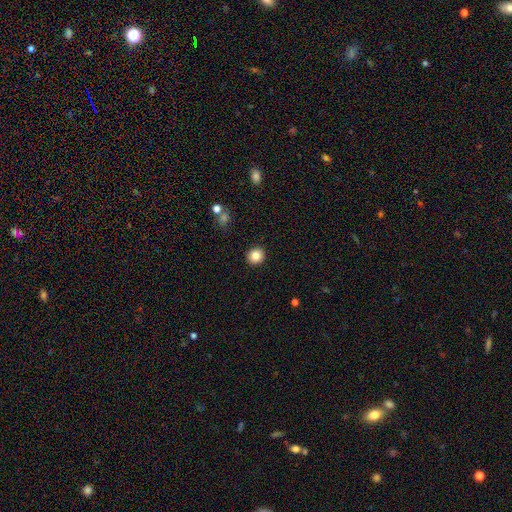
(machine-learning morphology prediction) A smooth galaxy with no disk features (84%) that is round (90%).

Vote fractions:
- Smooth or featured? smooth: 84% / star or artifact: 10% / featured or disk: 6%
- How rounded? round: 90% / in between: 9% / cigar-shaped: 1%
- Merging? none: 92% / minor disturbance: 5% / major disturbance: 2% / merger: 1%